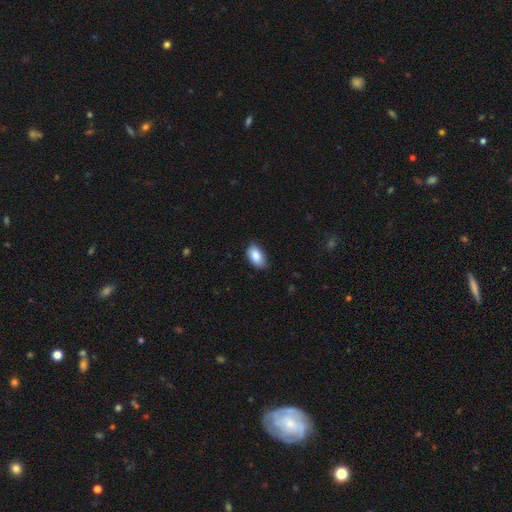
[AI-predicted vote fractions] smooth-or-featured: smooth: 86% | star or artifact: 7% | featured or disk: 7%
  how-rounded: in between: 93% | round: 5% | cigar-shaped: 2%
  merging: none: 73% | minor disturbance: 23% | major disturbance: 3% | merger: 1%